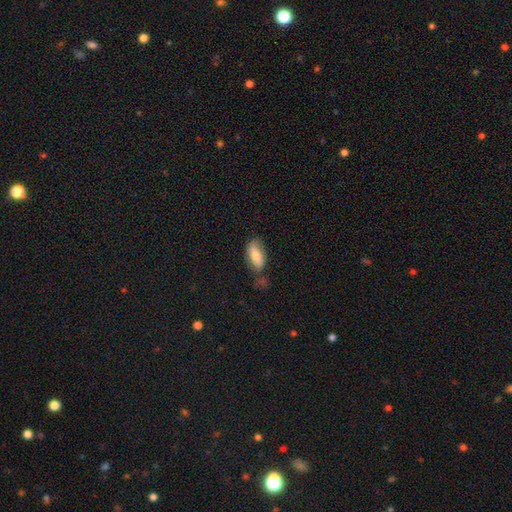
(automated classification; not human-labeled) smooth 73%, featured or disk 21%, star or artifact 7%. Down the decision tree: how rounded — in between (89%); merging — none (56%).